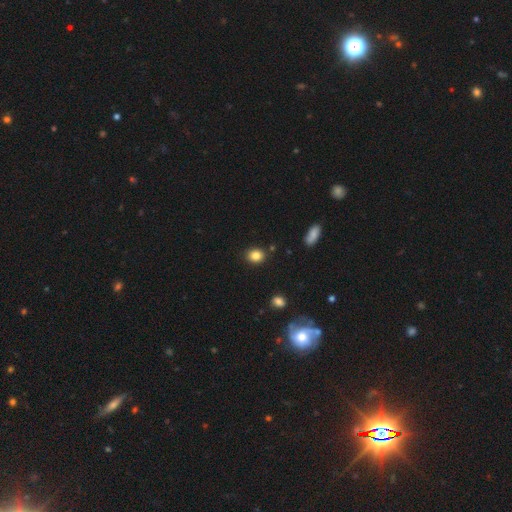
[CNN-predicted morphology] smooth_or_featured: smooth (p=0.84) [alt: star or artifact p=0.10]
how_rounded: round (p=0.62) [alt: in between p=0.37]
merging: none (p=0.87) [alt: minor disturbance p=0.09]